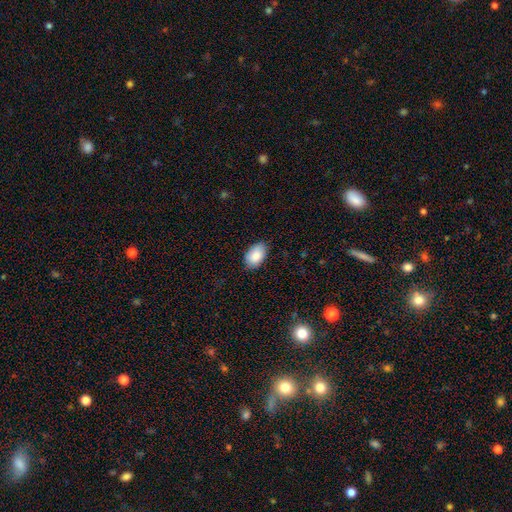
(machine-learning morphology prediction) smooth_or_featured: smooth (p=0.87) [alt: star or artifact p=0.07]
how_rounded: in between (p=0.90) [alt: round p=0.08]
merging: none (p=0.81) [alt: minor disturbance p=0.15]